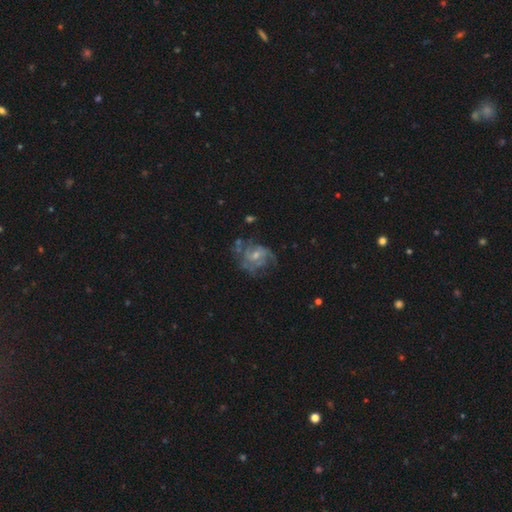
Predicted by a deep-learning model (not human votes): A featured or disk galaxy (78%) with no bar (61%), medium (44%) spiral arms (83%) and a small central bulge (48%).

Vote fractions:
- Smooth or featured? featured or disk: 78% / smooth: 15% / star or artifact: 8%
- Edge-on disk? no: 98% / yes: 2%
- Bar? no: 61% / weak: 34% / strong: 5%
- Spiral arms? yes: 83% / no: 17%
- Spiral winding? medium: 44% / tight: 32% / loose: 24%
- Spiral arm count? can't tell: 35% / 2: 25% / 3: 22% / 4: 8% / 1: 6% / more than 4: 5%
- Bulge size? small: 48% / moderate: 43% / none: 5% / large: 3% / dominant: 1%
- Merging? none: 47% / major disturbance: 27% / minor disturbance: 23% / merger: 4%